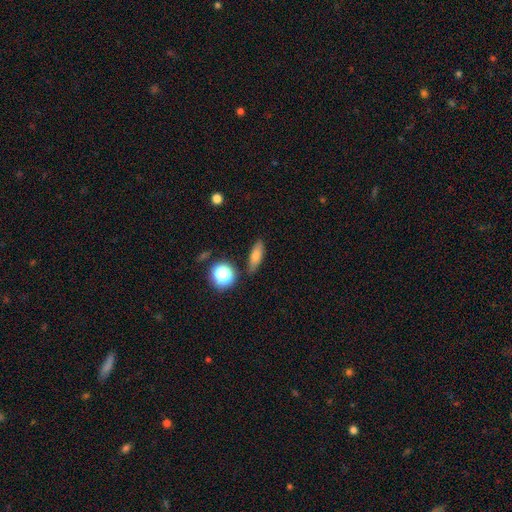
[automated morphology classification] The model was most divided on "how rounded": in between: 54%, cigar-shaped: 36%, round: 9%. More confident: merging — none (82%); smooth or featured — smooth (71%).